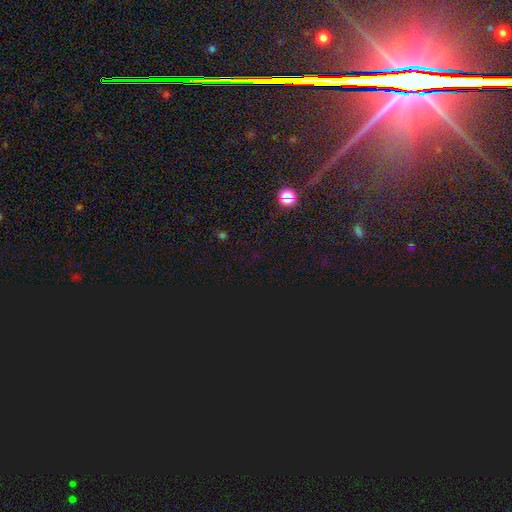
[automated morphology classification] Smooth or featured: star or artifact — 74% (smooth — 19%)